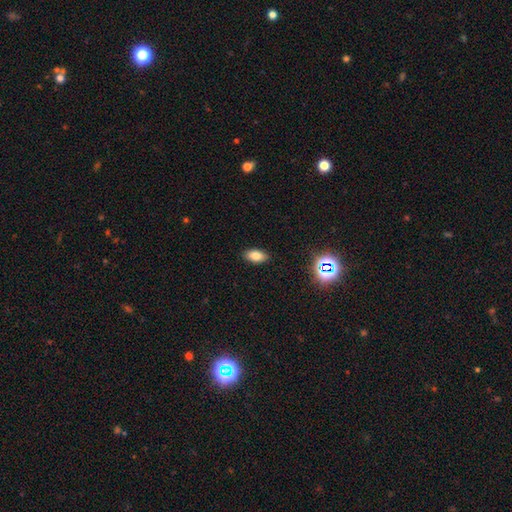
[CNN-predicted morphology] This is likely a smooth galaxy (78%). How rounded: clearly in between (90%). Merging: clearly none (89%).